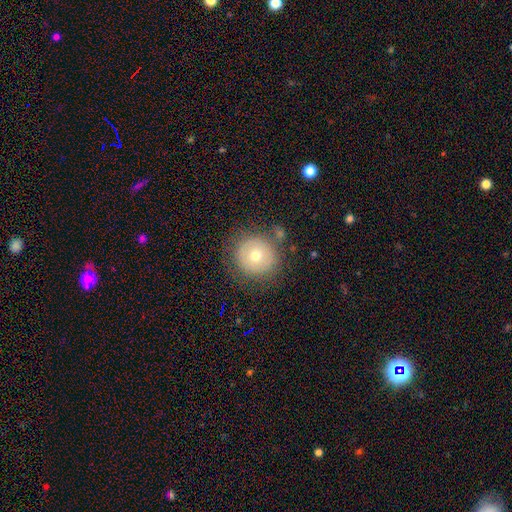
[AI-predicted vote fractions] This appears to be a smooth galaxy with no disk features (63%) that is round (92%). Merging: none (78%).